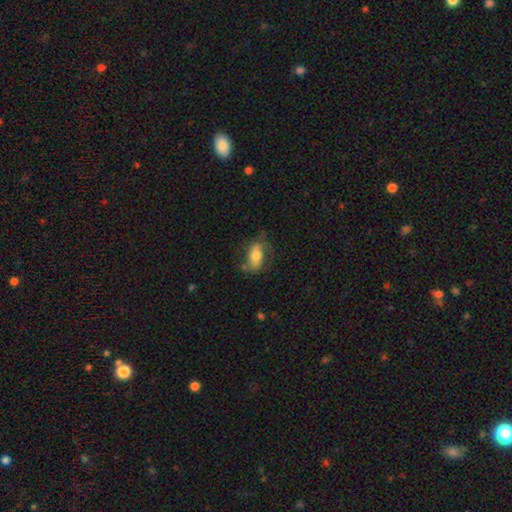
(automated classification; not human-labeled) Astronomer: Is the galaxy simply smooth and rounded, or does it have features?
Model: smooth — 64%.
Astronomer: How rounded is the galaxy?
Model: in between — 85%.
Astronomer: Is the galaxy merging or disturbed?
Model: none — 59%.